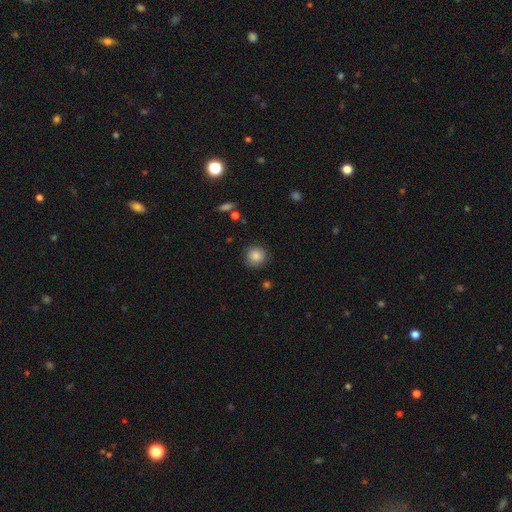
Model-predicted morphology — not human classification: Q: Smooth or featured?
A: smooth (86%); runner-up: star or artifact (9%)
Q: How rounded?
A: round (92%); runner-up: in between (7%)
Q: Merging?
A: none (87%); runner-up: minor disturbance (10%)